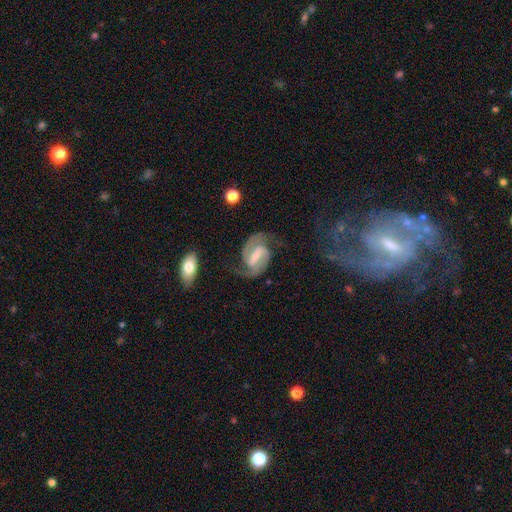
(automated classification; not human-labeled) This is clearly a featured or disk galaxy (90%). It is clearly not viewed edge-on (98%). Bar: possibly strong (51%). Spiral arm pattern: clearly yes (98%). Spiral arm count: clearly 2 (93%). Spiral winding: possibly medium (59%). Central bulge: possibly small (47%). Merging: likely none (73%).